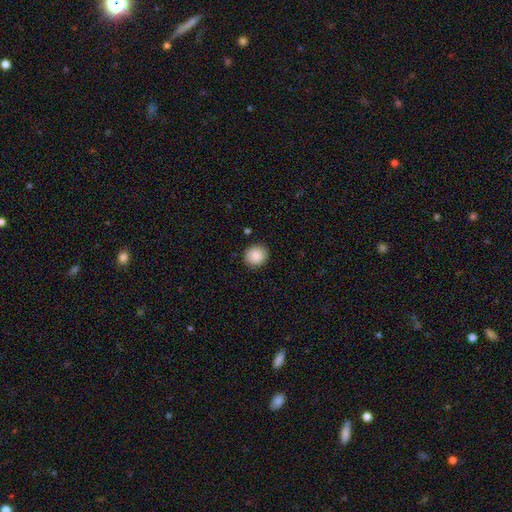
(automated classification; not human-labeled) The model was most divided on "how rounded": round: 84%, in between: 15%, cigar-shaped: 1%. More confident: merging — none (90%); smooth or featured — smooth (87%).